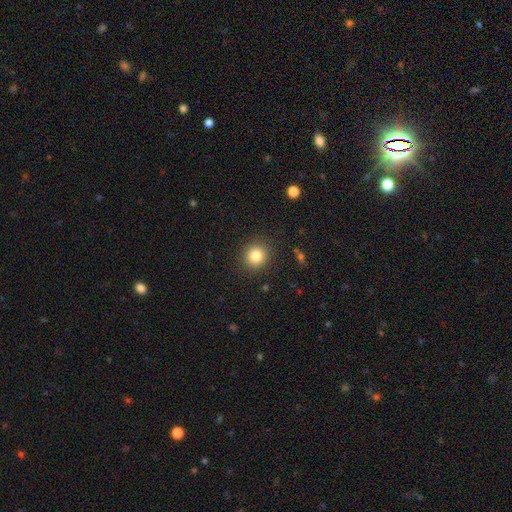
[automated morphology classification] This appears to be a smooth galaxy with no disk features (83%) that is round (89%). Merging: none (89%).